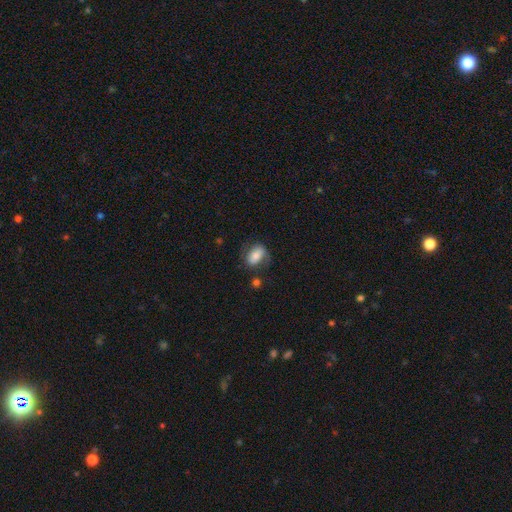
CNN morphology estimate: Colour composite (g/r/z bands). It shows a smooth galaxy with no disk features (69%) that is in between round and cigar-shaped (85%). Merging: none (61%).